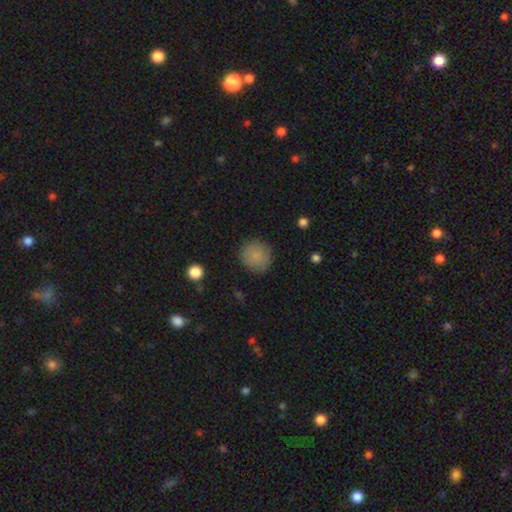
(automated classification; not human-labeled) Smooth or featured: smooth — 85% (star or artifact — 9%)
How rounded: round — 92% (in between — 7%)
Merging: none — 85% (minor disturbance — 11%)